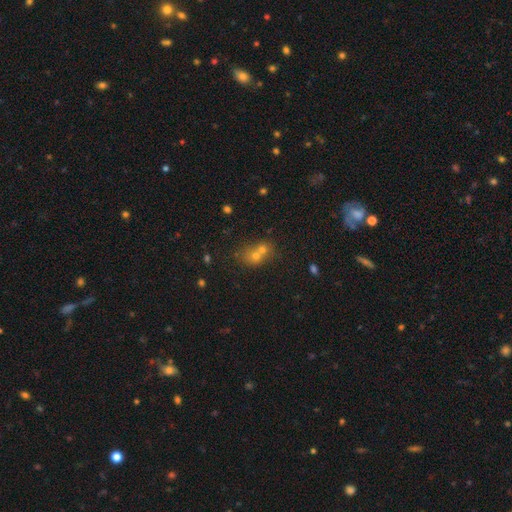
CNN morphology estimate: Q: Smooth or featured?
A: smooth (59%); runner-up: star or artifact (23%)
Q: How rounded?
A: round (68%); runner-up: in between (31%)
Q: Merging?
A: merger (59%); runner-up: none (31%)